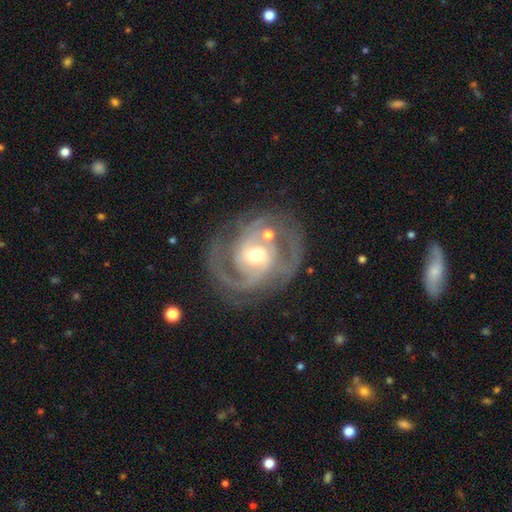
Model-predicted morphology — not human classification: This appears to be a featured or disk galaxy (89%) with no bar (52%), 2 (59%) tight (48%) spiral arms (96%) and a moderate central bulge (63%). Merging: none (69%).